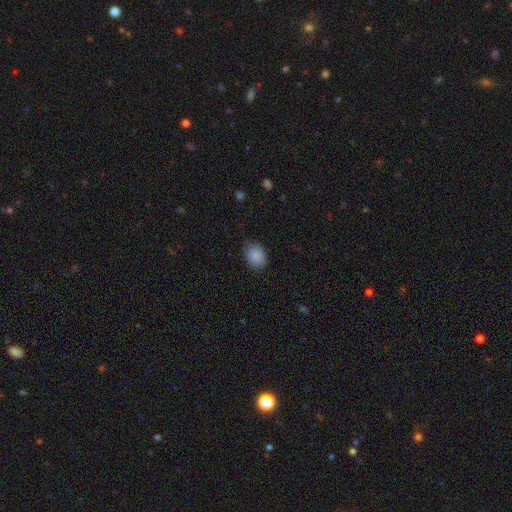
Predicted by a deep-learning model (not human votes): smooth-or-featured: smooth: 88% | star or artifact: 7% | featured or disk: 5%
  how-rounded: in between: 67% | round: 32% | cigar-shaped: 1%
  merging: none: 76% | minor disturbance: 19% | major disturbance: 4% | merger: 1%